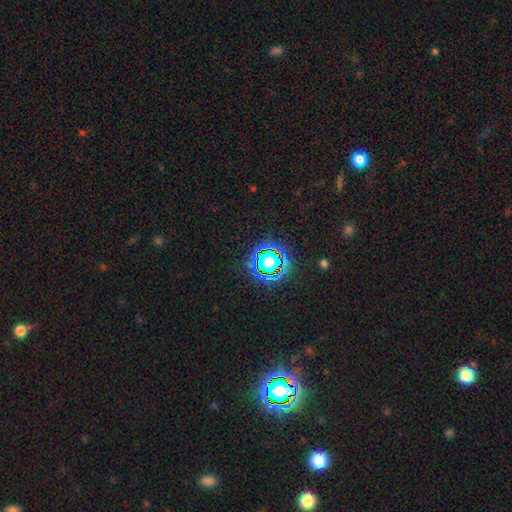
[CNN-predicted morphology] The model was most divided on "smooth or featured": star or artifact: 81%, smooth: 12%, featured or disk: 7%.